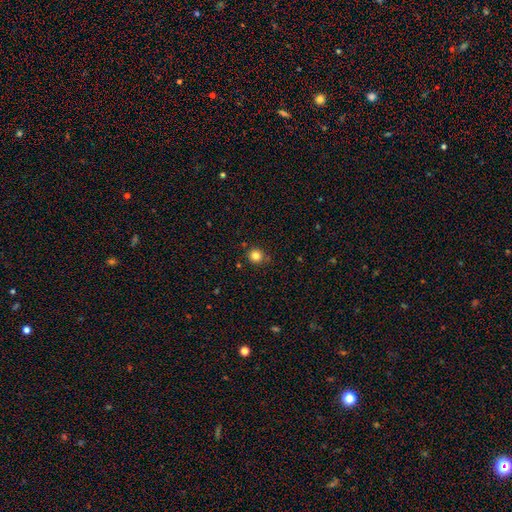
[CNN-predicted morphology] Smooth or featured? Predicted: smooth (p=0.83). How rounded? Predicted: round (p=0.90). Merging? Predicted: none (p=0.82).